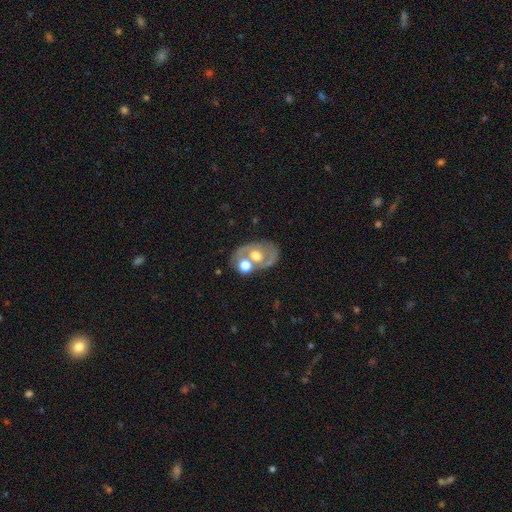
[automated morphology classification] Smooth or featured?
  - featured or disk: 56% *
  - smooth: 36%
  - star or artifact: 9%
Edge-on disk?
  - no: 94% *
  - yes: 6%
Bar?
  - no: 82% *
  - weak: 13%
  - strong: 5%
Spiral arms?
  - no: 77% *
  - yes: 23%
Bulge size?
  - moderate: 64% *
  - large: 25%
  - small: 7%
  - dominant: 3%
  - none: 2%
Merging?
  - none: 52% *
  - merger: 28%
  - minor disturbance: 14%
  - major disturbance: 7%